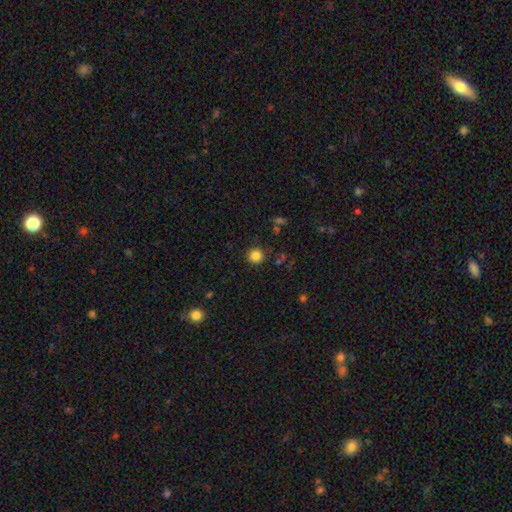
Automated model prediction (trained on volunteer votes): Smooth or featured?
  - smooth: 84% *
  - star or artifact: 12%
  - featured or disk: 4%
How rounded?
  - round: 94% *
  - in between: 5%
  - cigar-shaped: 1%
Merging?
  - none: 89% *
  - minor disturbance: 7%
  - major disturbance: 3%
  - merger: 2%